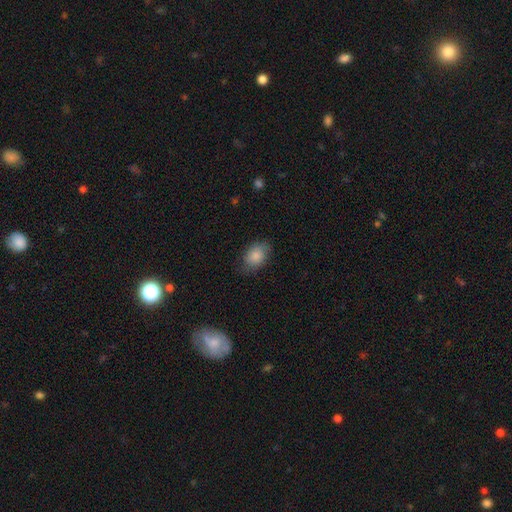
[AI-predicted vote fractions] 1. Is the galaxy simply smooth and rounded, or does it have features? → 85% smooth, 8% featured or disk, 7% star or artifact.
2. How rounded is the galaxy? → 79% in between, 20% round, 1% cigar-shaped.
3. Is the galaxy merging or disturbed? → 75% none, 19% minor disturbance, 5% major disturbance, 1% merger.